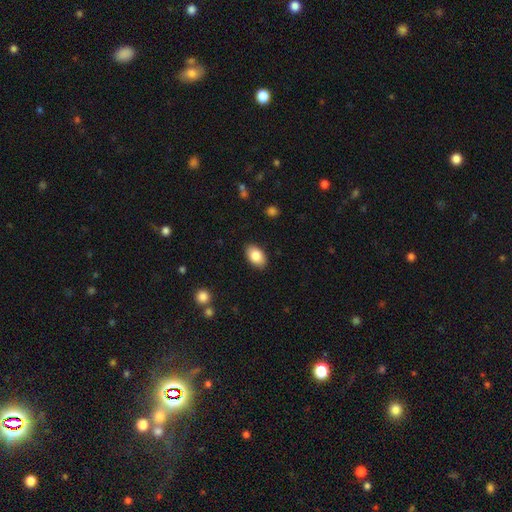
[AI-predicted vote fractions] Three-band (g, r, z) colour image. It shows a smooth galaxy with no disk features (84%) that is in between round and cigar-shaped (91%). Merging: none (89%).